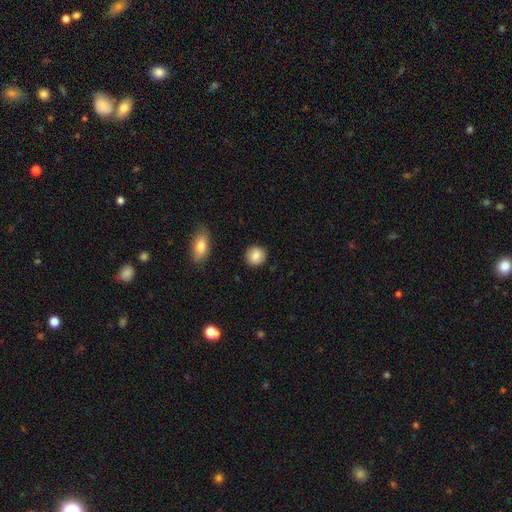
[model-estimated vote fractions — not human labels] Smooth or featured?
  - smooth: 86% *
  - star or artifact: 8%
  - featured or disk: 6%
How rounded?
  - round: 88% *
  - in between: 11%
  - cigar-shaped: 1%
Merging?
  - none: 89% *
  - minor disturbance: 7%
  - major disturbance: 2%
  - merger: 2%